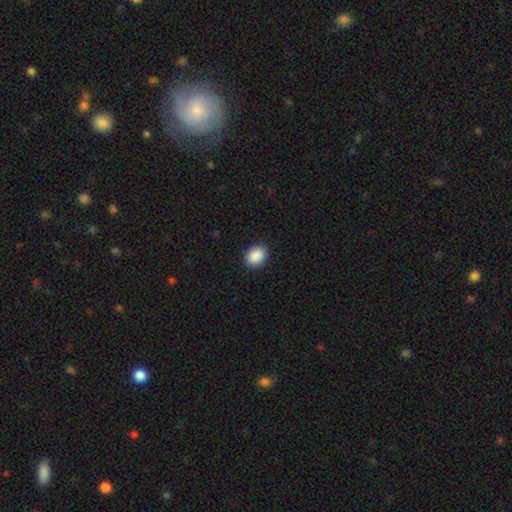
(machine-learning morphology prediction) Smooth or featured?
  - smooth: 90% *
  - star or artifact: 8%
  - featured or disk: 3%
How rounded?
  - in between: 58% *
  - round: 41%
  - cigar-shaped: 1%
Merging?
  - none: 90% *
  - minor disturbance: 7%
  - major disturbance: 2%
  - merger: 1%